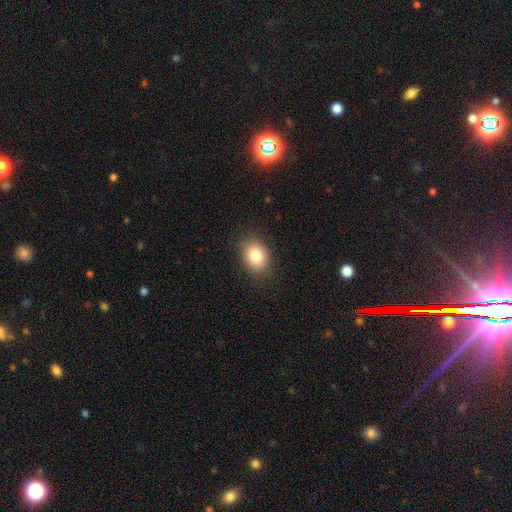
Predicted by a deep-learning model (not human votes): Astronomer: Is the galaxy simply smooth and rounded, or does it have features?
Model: smooth — 82%.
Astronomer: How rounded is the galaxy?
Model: in between — 64%.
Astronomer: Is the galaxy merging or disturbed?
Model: none — 85%.